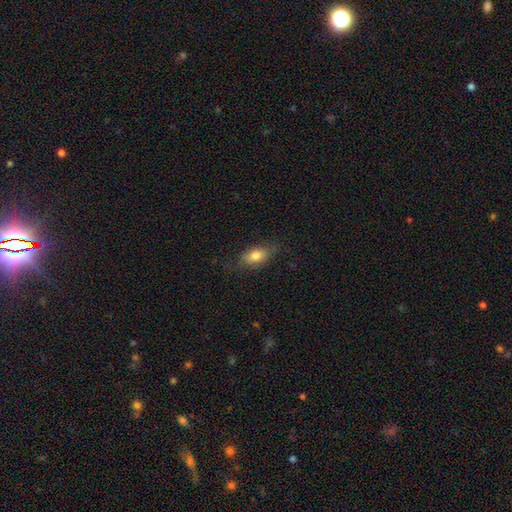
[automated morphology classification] Smooth or featured?
  - smooth: 78% *
  - featured or disk: 14%
  - star or artifact: 8%
How rounded?
  - in between: 84% *
  - cigar-shaped: 8%
  - round: 7%
Merging?
  - none: 75% *
  - minor disturbance: 18%
  - major disturbance: 6%
  - merger: 1%